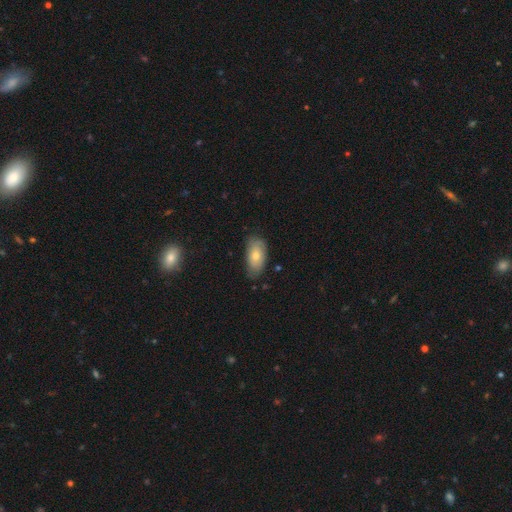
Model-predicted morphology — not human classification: A smooth galaxy with no disk features (62%) that is in between round and cigar-shaped (91%).

Vote fractions:
- Smooth or featured? smooth: 62% / featured or disk: 30% / star or artifact: 8%
- How rounded? in between: 91% / cigar-shaped: 5% / round: 4%
- Merging? none: 73% / minor disturbance: 22% / major disturbance: 4% / merger: 1%